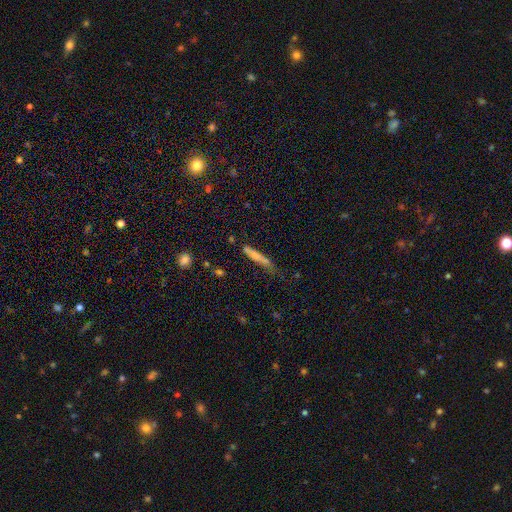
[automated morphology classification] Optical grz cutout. It shows a smooth galaxy with no disk features (67%) that is cigar-shaped (90%). Merging: none (49%).